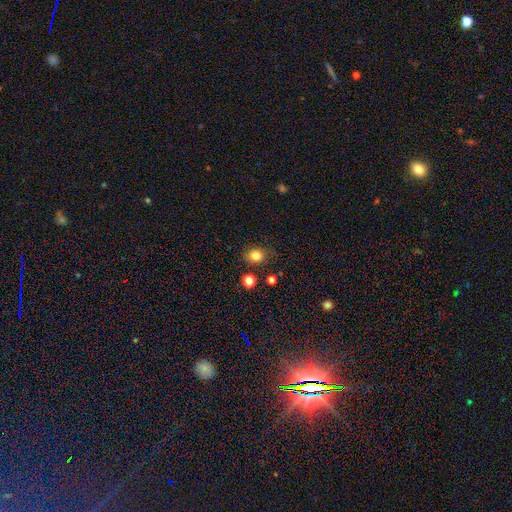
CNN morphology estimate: smooth 82%, star or artifact 12%, featured or disk 6%. Down the decision tree: how rounded — round (60%); merging — none (79%).